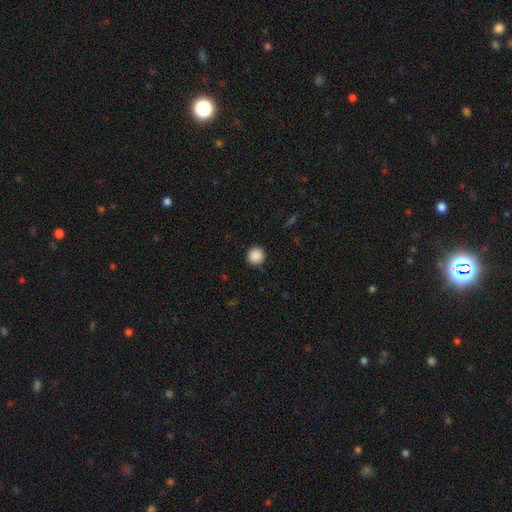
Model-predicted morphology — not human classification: Smooth or featured? Predicted: smooth (p=0.89). How rounded? Predicted: round (p=0.95). Merging? Predicted: none (p=0.90).